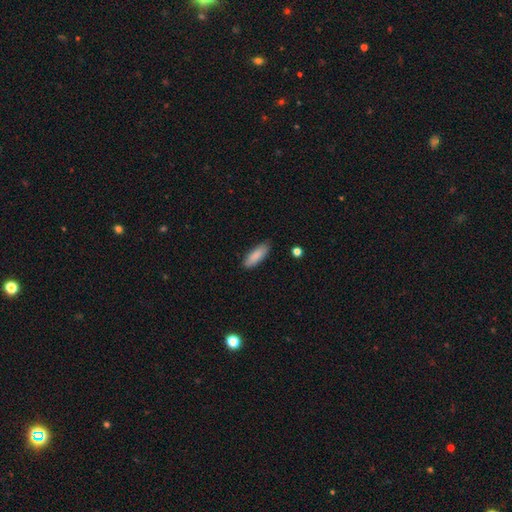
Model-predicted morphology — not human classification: Smooth or featured? smooth (87%)
How rounded? in between (56%)
Merging? none (85%)